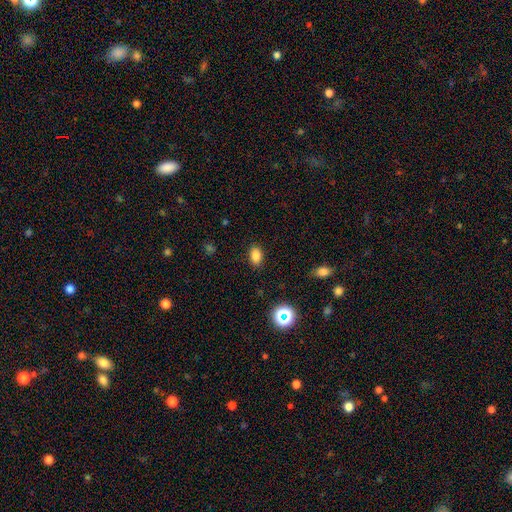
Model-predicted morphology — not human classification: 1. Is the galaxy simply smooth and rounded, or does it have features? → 82% smooth, 12% star or artifact, 6% featured or disk.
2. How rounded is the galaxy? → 84% in between, 15% round, 2% cigar-shaped.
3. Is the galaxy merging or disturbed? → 87% none, 9% minor disturbance, 3% major disturbance, 1% merger.